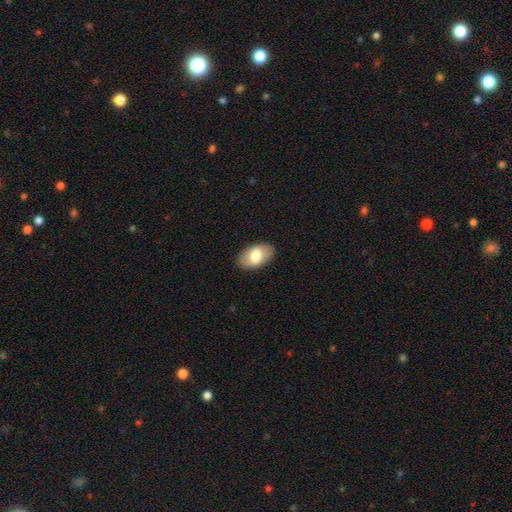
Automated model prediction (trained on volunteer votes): Overall: smooth (73%). How rounded: in between (93%). Merging: none (88%).